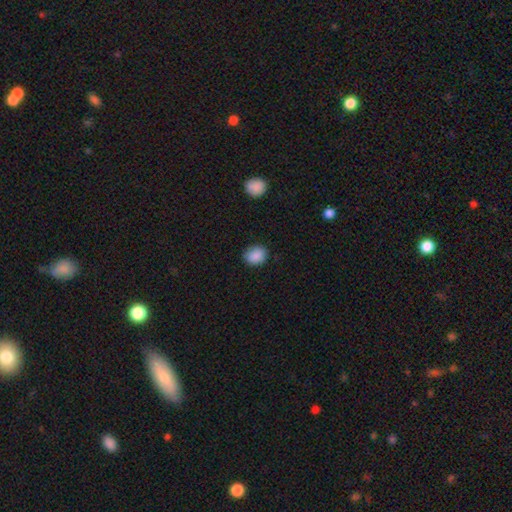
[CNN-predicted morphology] A smooth galaxy with no disk features (88%) that is round (52%). Merging: none (84%).